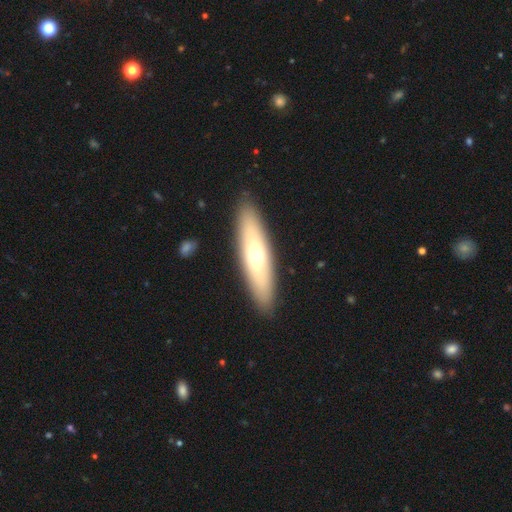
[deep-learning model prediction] Smooth or featured? Predicted: smooth (p=0.56). How rounded? Predicted: cigar-shaped (p=0.66). Merging? Predicted: none (p=0.89).